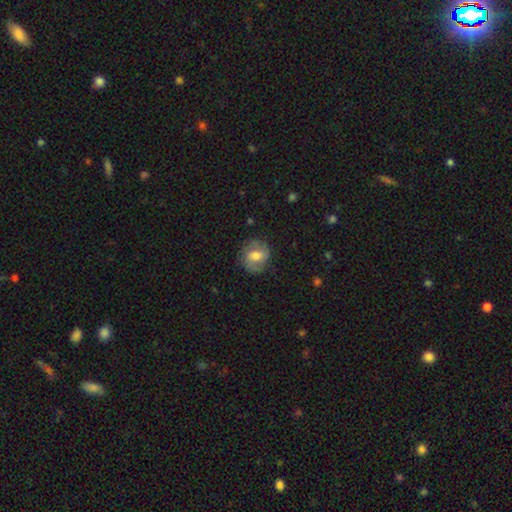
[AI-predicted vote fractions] This is possibly a smooth galaxy (50%). Merging: likely none (72%).